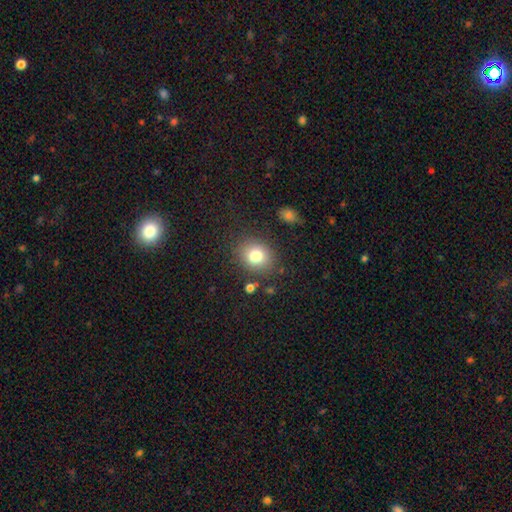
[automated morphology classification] A smooth galaxy with no disk features (80%) that is round (65%).

Vote fractions:
- Smooth or featured? smooth: 80% / star or artifact: 11% / featured or disk: 10%
- How rounded? round: 65% / in between: 34% / cigar-shaped: 1%
- Merging? none: 82% / minor disturbance: 11% / major disturbance: 4% / merger: 3%